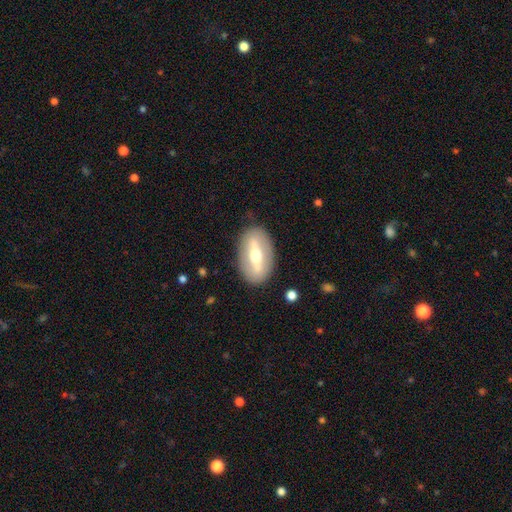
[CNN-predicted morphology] Overall: featured or disk (60%; smooth 34%). Edge-on disk: no (72%). Merging: none (85%).